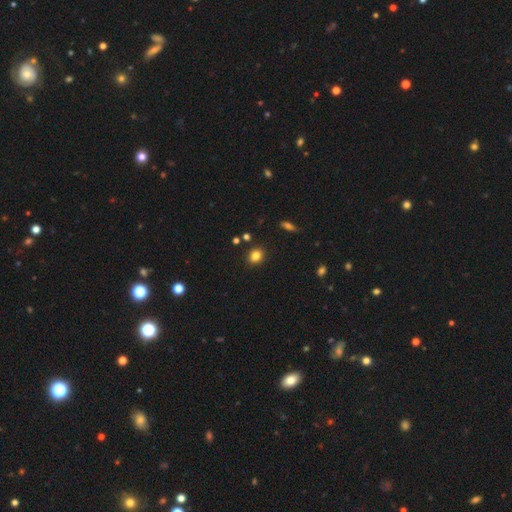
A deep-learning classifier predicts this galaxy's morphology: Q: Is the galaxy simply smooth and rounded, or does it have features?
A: smooth — 81%.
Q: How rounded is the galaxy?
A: round — 69%.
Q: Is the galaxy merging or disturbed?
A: none — 88%.